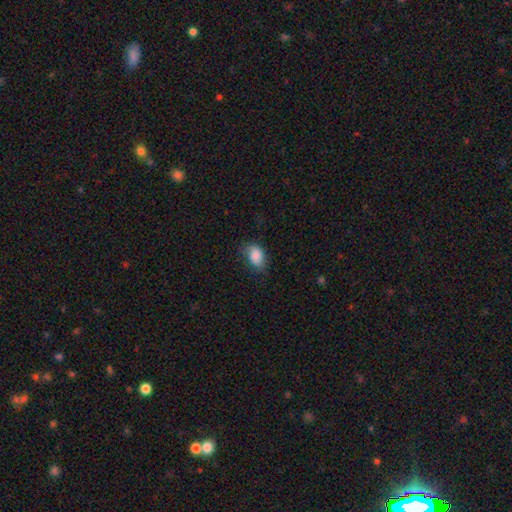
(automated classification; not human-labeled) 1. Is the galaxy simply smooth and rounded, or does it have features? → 85% smooth, 8% featured or disk, 7% star or artifact.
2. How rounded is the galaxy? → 84% in between, 14% round, 1% cigar-shaped.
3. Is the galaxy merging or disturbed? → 64% none, 27% minor disturbance, 8% major disturbance, 1% merger.